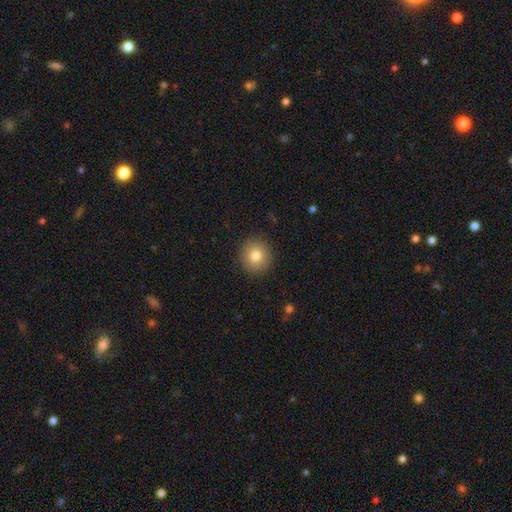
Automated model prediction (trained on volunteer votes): smooth_or_featured: smooth (p=0.80) [alt: featured or disk p=0.10]
how_rounded: round (p=0.92) [alt: in between p=0.07]
merging: none (p=0.91) [alt: minor disturbance p=0.06]